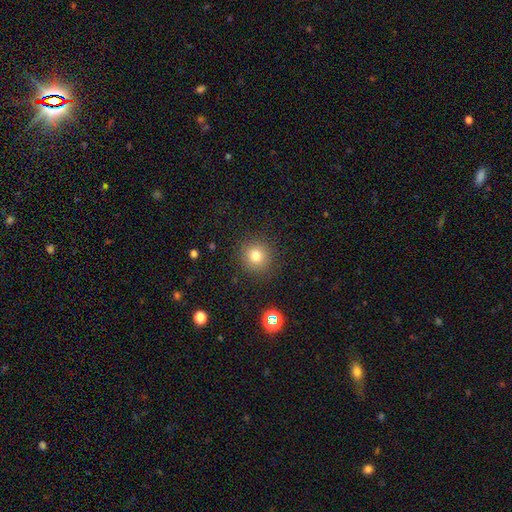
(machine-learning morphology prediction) smooth-or-featured: smooth: 78% | star or artifact: 14% | featured or disk: 8%
  how-rounded: round: 92% | in between: 7% | cigar-shaped: 1%
  merging: none: 89% | minor disturbance: 7% | major disturbance: 3% | merger: 1%